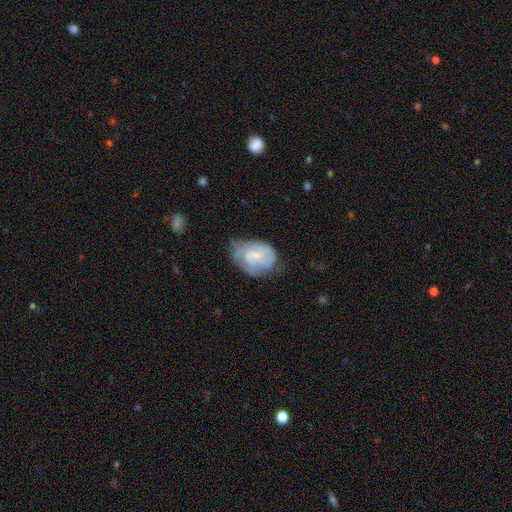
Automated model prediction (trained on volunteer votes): Morphology: type=featured or disk (57%); edge-on=no (97%); bar=no (48%); spiral arms=yes (76%); bulge=small (58%); merging=none (45%).